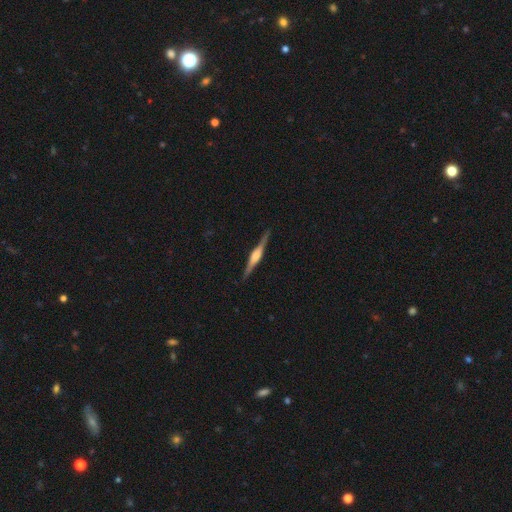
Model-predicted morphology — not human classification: The model was most divided on "edge-on bulge": rounded: 76%, boxy: 20%, none: 4%. More confident: edge-on disk — yes (98%); merging — none (90%); smooth or featured — featured or disk (81%).